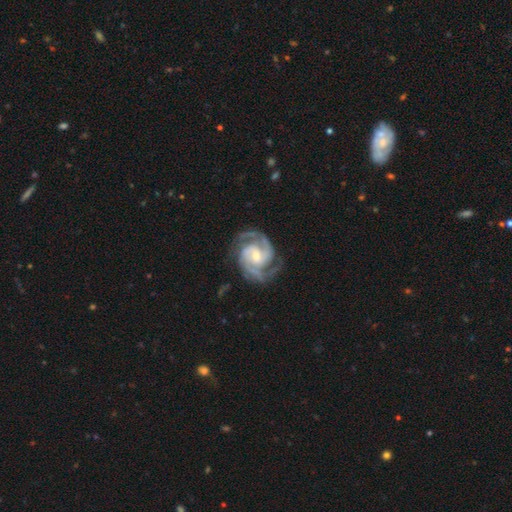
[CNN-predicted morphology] featured or disk 93%, star or artifact 4%, smooth 3%. Down the decision tree: edge-on disk — no (98%); bar — weak (43%); spiral arms — yes (99%); spiral arm count — 2 (61%); spiral winding — medium (48%); bulge size — small (52%); merging — none (77%).